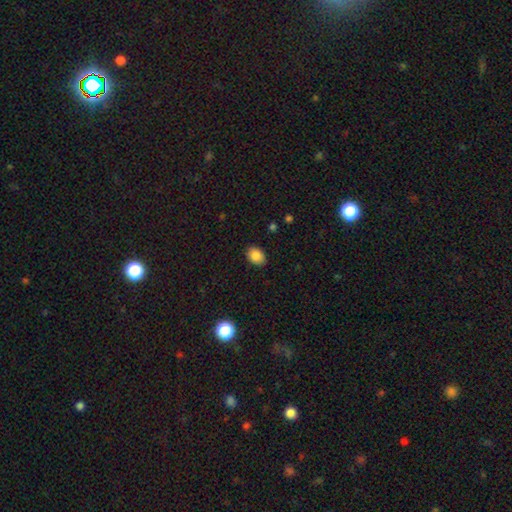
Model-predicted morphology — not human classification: The model was most divided on "how rounded": in between: 76%, round: 23%, cigar-shaped: 1%. More confident: merging — none (87%); smooth or featured — smooth (86%).